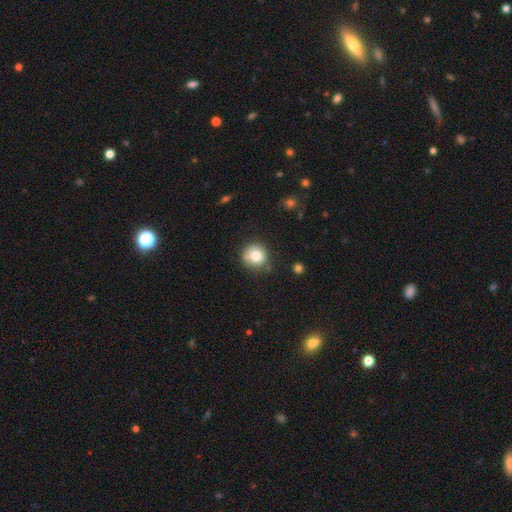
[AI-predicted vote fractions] Smooth or featured: smooth — 81% (star or artifact — 10%)
How rounded: round — 91% (in between — 8%)
Merging: none — 77% (minor disturbance — 16%)